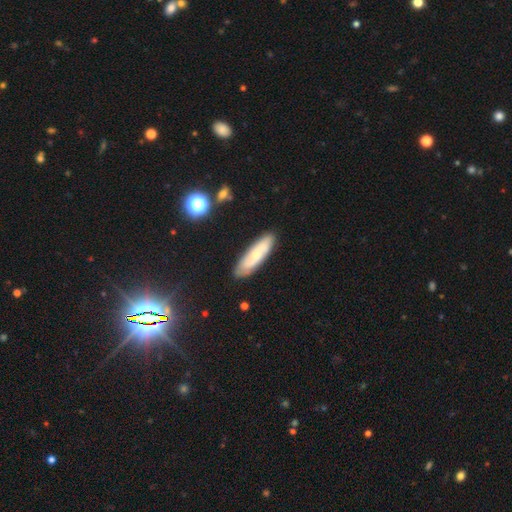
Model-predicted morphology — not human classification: This appears to be a smooth galaxy with no disk features (58%) that is cigar-shaped (63%). Merging: none (84%).